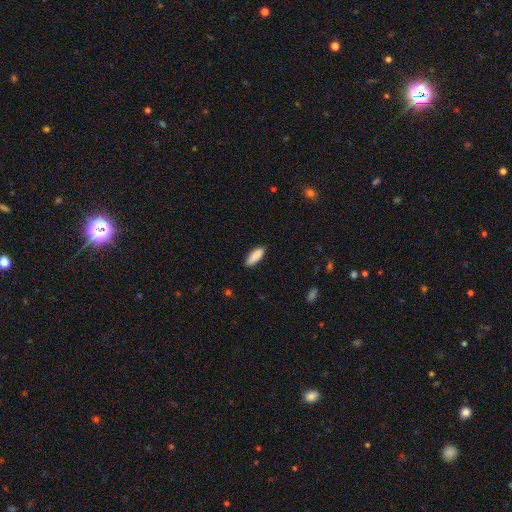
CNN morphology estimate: Smooth or featured: smooth — 90% (star or artifact — 6%)
How rounded: in between — 68% (cigar-shaped — 31%)
Merging: none — 86% (minor disturbance — 11%)